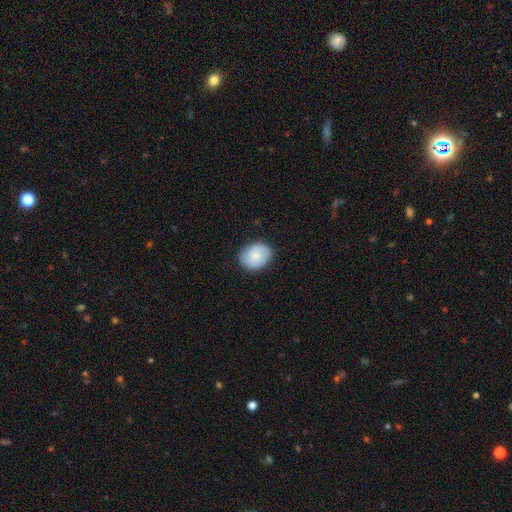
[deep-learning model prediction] A smooth galaxy with no disk features (73%) that is in between round and cigar-shaped (52%).

Vote fractions:
- Smooth or featured? smooth: 73% / featured or disk: 20% / star or artifact: 7%
- How rounded? in between: 52% / round: 47% / cigar-shaped: 1%
- Merging? none: 83% / minor disturbance: 13% / major disturbance: 3% / merger: 1%